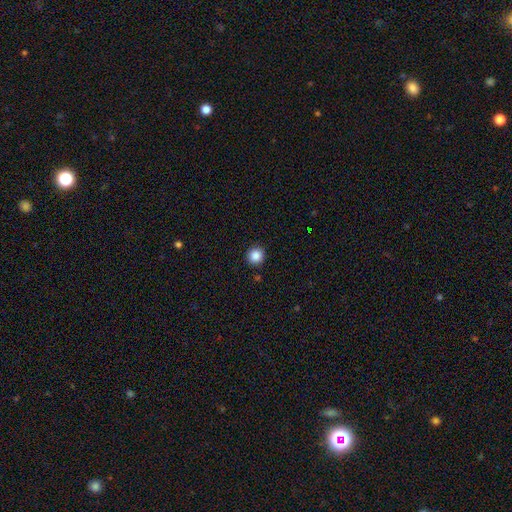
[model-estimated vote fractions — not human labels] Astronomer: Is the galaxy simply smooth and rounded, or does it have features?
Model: smooth — 87%.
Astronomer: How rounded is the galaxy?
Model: round — 94%.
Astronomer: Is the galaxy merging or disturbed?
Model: none — 91%.